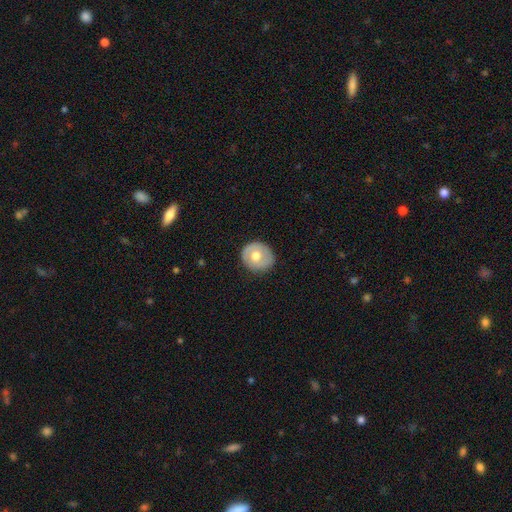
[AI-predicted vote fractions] The model was most divided on "smooth or featured": smooth: 58%, featured or disk: 36%, star or artifact: 6%. More confident: how rounded — round (85%); merging — none (82%).